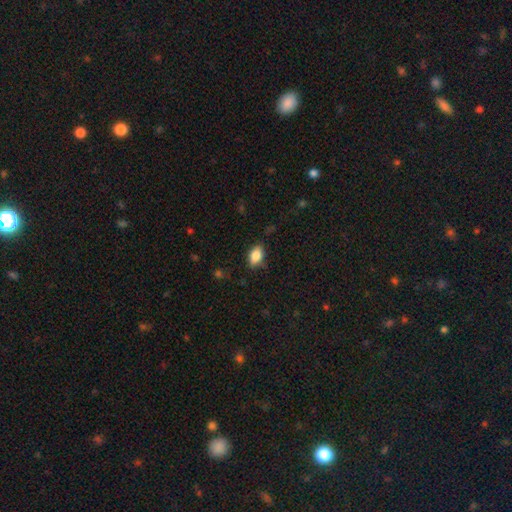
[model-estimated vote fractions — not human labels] This appears to be a smooth galaxy with no disk features (86%) that is in between round and cigar-shaped (87%). Merging: none (78%).